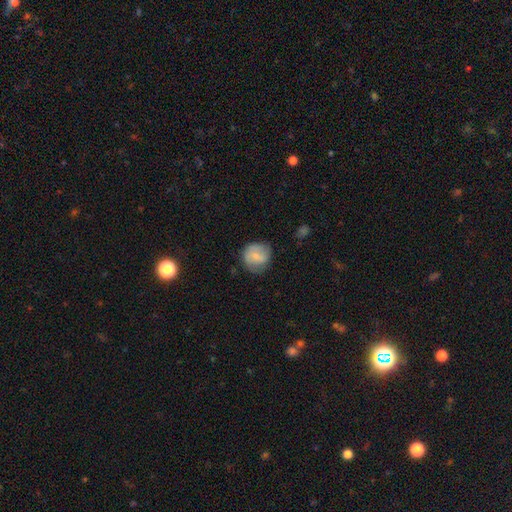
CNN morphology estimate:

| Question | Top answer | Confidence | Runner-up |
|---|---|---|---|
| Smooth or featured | smooth | 67% | featured or disk (26%) |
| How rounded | round | 86% | in between (13%) |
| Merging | none | 67% | minor disturbance (24%) |